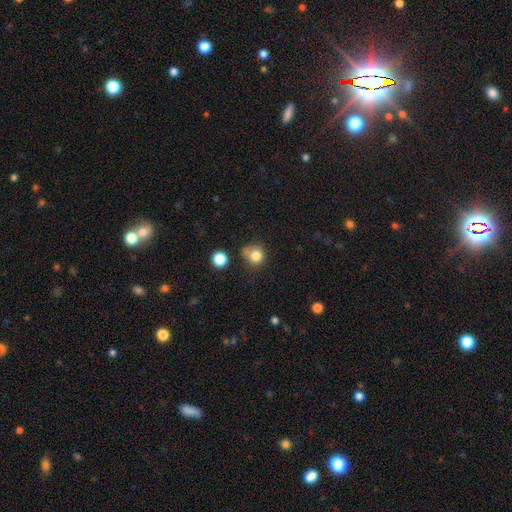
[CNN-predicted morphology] Smooth or featured: smooth — 81% (star or artifact — 11%)
How rounded: round — 84% (in between — 15%)
Merging: none — 56% (minor disturbance — 26%)